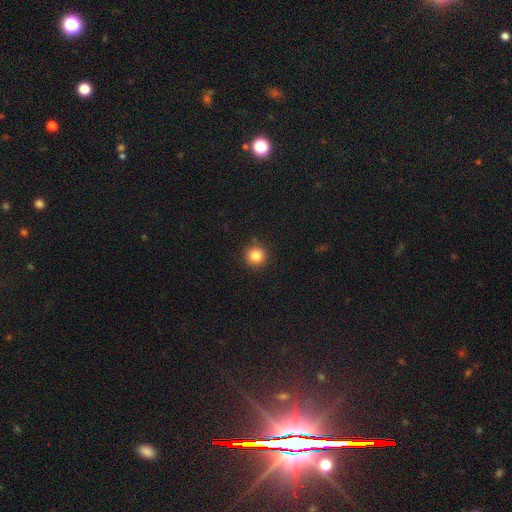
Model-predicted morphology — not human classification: smooth-or-featured: smooth: 84% | star or artifact: 11% | featured or disk: 5%
  how-rounded: round: 94% | in between: 5% | cigar-shaped: 1%
  merging: none: 90% | minor disturbance: 6% | major disturbance: 2% | merger: 1%